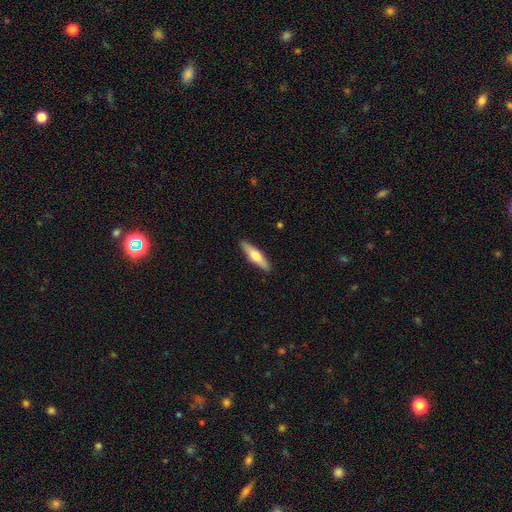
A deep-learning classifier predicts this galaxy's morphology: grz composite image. It shows a smooth galaxy with no disk features (52%) that is cigar-shaped (74%). Merging: none (90%).